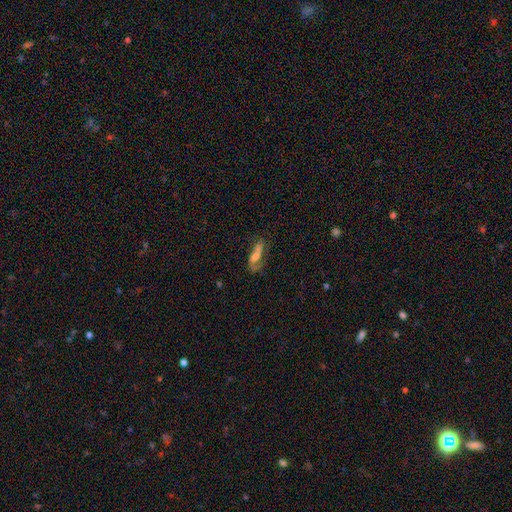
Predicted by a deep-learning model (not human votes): A featured or disk galaxy (53%).

Vote fractions:
- Smooth or featured? featured or disk: 53% / smooth: 37% / star or artifact: 9%
- Edge-on disk? no: 83% / yes: 17%
- Merging? none: 42% / major disturbance: 27% / minor disturbance: 22% / merger: 9%